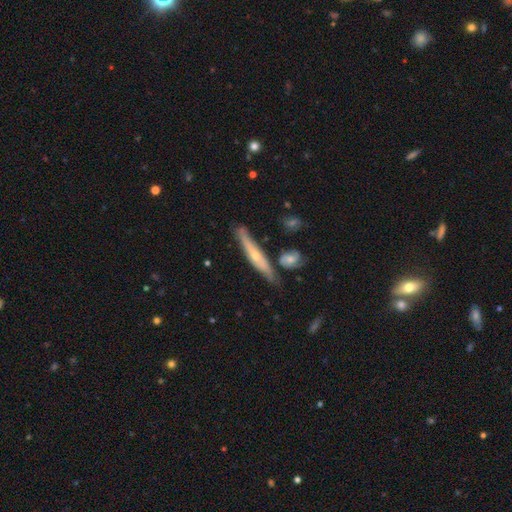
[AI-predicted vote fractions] Morphology: type=featured or disk (62%); edge-on=yes (83%); edge-on bulge=rounded (72%); merging=none (70%).